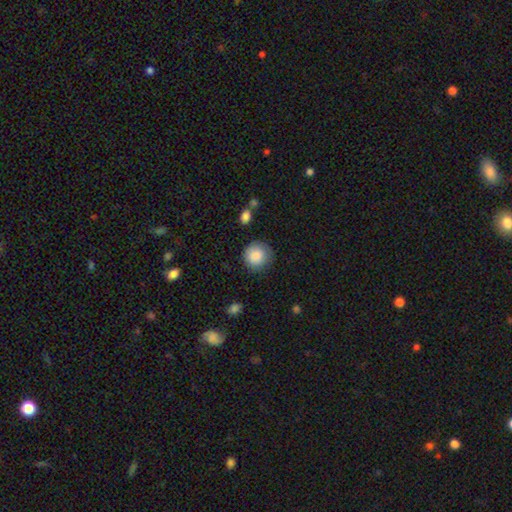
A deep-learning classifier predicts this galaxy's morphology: smooth_or_featured: smooth (p=0.87) [alt: star or artifact p=0.08]
how_rounded: round (p=0.92) [alt: in between p=0.07]
merging: none (p=0.80) [alt: minor disturbance p=0.14]